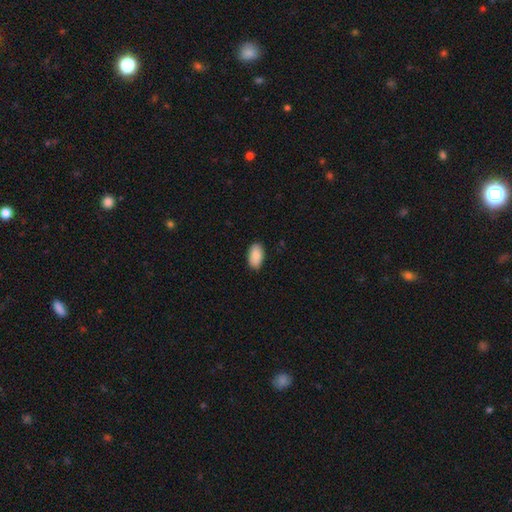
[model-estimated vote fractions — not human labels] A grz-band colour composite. It shows a smooth galaxy with no disk features (90%) that is in between round and cigar-shaped (95%). Merging: none (87%).